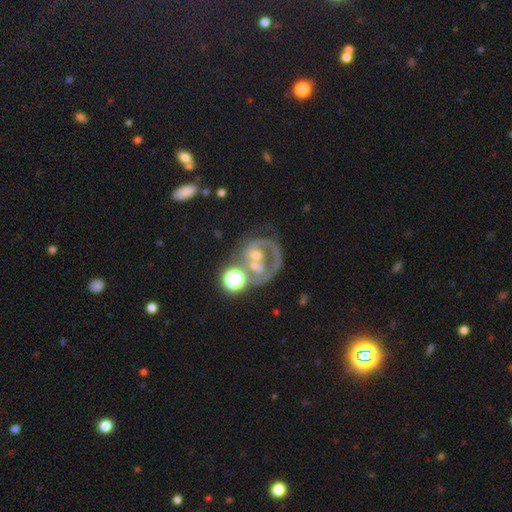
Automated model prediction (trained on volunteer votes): Overall: featured or disk (72%). Edge-on disk: no (98%). Bar: no (69%). Spiral arms: yes (61%; no 39%). Bulge size: moderate (49%; small 34%). Merging: none (35%; merger 30%).